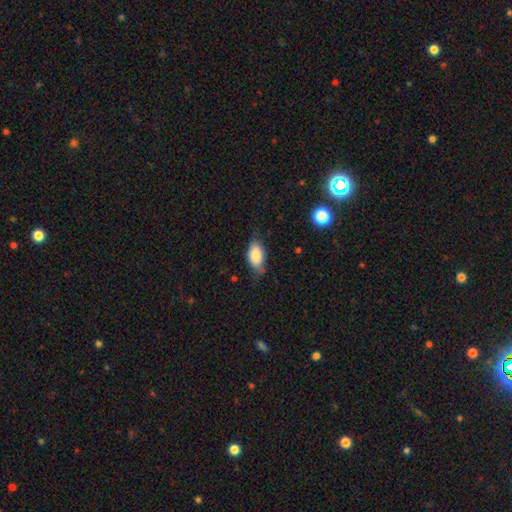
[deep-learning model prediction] Q: Smooth or featured?
A: smooth (83%); runner-up: featured or disk (10%)
Q: How rounded?
A: in between (91%); runner-up: cigar-shaped (5%)
Q: Merging?
A: none (69%); runner-up: minor disturbance (24%)